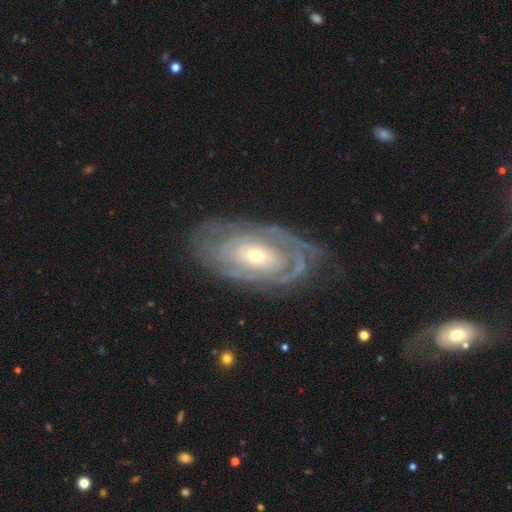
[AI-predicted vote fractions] Smooth or featured? Predicted: featured or disk (p=0.83). Edge-on disk? Predicted: no (p=0.93). Bar? Predicted: no (p=0.67). Spiral arms? Predicted: yes (p=0.86). Spiral winding? Predicted: tight (p=0.76). Spiral arm count? Predicted: can't tell (p=0.47). Bulge size? Predicted: small (p=0.48). Merging? Predicted: none (p=0.74).